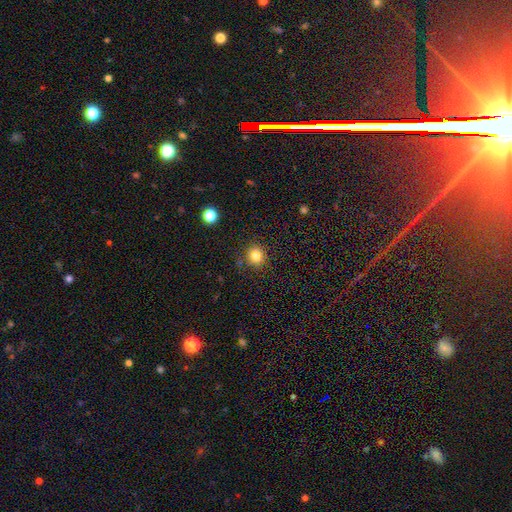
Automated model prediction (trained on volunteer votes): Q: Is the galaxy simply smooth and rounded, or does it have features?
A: smooth — 83%.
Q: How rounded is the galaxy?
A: round — 80%.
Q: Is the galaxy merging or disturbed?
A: none — 85%.